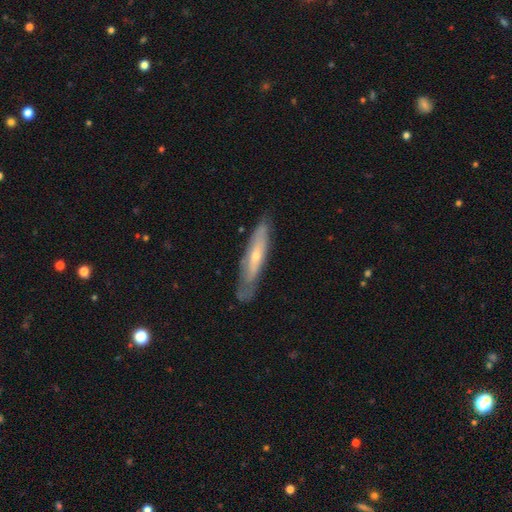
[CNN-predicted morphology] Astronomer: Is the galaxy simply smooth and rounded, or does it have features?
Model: featured or disk — 57% (runner-up: smooth, 37%).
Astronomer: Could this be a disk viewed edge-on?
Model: yes — 60% (runner-up: no, 40%).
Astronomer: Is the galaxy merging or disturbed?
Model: none — 75%.